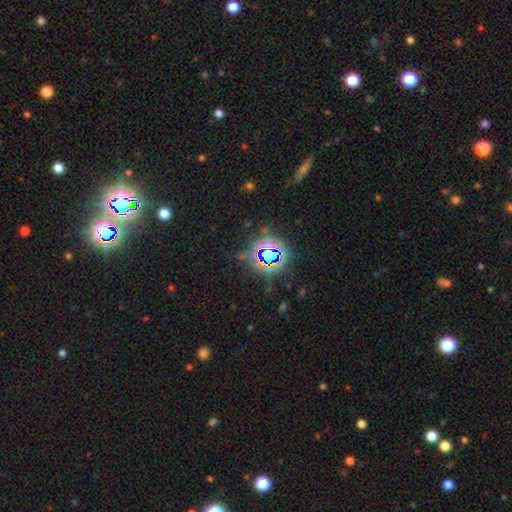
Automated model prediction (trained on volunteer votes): Smooth or featured?
  - star or artifact: 78% *
  - smooth: 14%
  - featured or disk: 7%